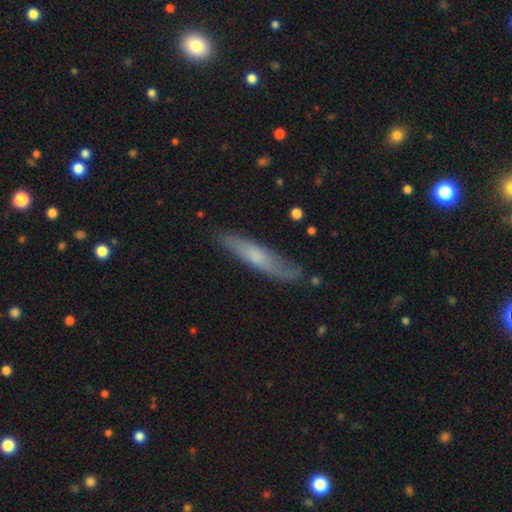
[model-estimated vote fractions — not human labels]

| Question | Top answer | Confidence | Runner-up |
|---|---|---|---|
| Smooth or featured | smooth | 55% | featured or disk (39%) |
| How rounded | cigar-shaped | 86% | in between (12%) |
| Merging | none | 78% | minor disturbance (17%) |